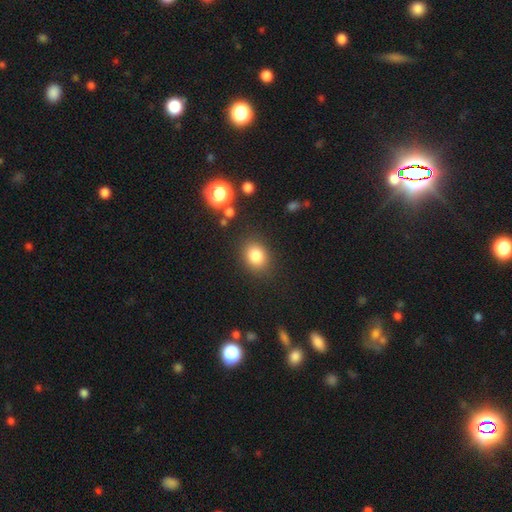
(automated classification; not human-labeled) Smooth or featured?
  - smooth: 83% *
  - star or artifact: 11%
  - featured or disk: 6%
How rounded?
  - round: 50% *
  - in between: 49%
  - cigar-shaped: 1%
Merging?
  - none: 84% *
  - minor disturbance: 10%
  - major disturbance: 3%
  - merger: 2%